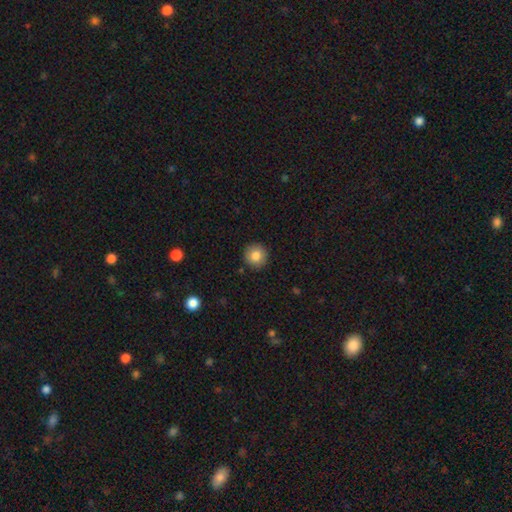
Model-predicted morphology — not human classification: smooth_or_featured: smooth (p=0.84) [alt: star or artifact p=0.09]
how_rounded: round (p=0.94) [alt: in between p=0.05]
merging: none (p=0.91) [alt: minor disturbance p=0.06]